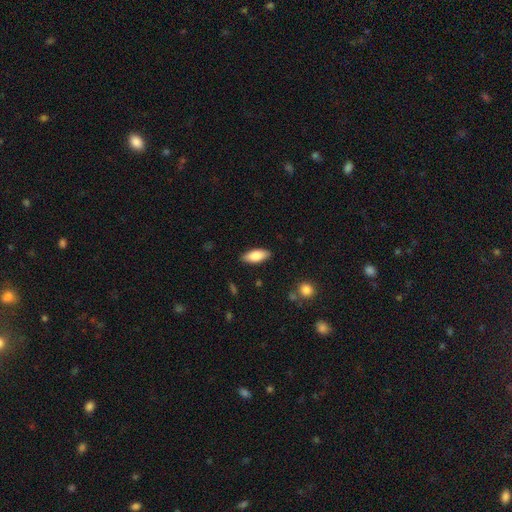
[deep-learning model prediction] This appears to be a smooth galaxy with no disk features (81%) that is in between round and cigar-shaped (83%). Merging: none (87%).